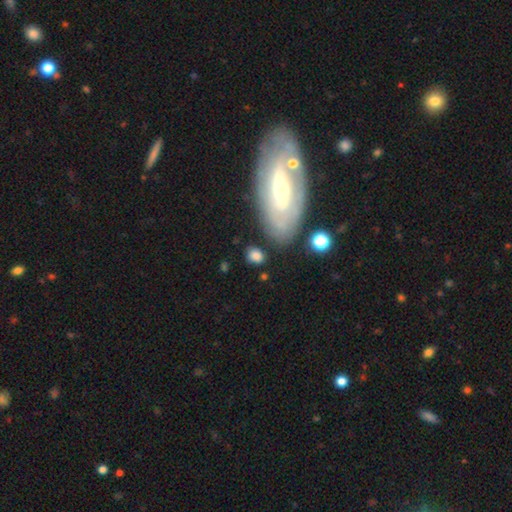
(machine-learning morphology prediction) A smooth galaxy with no disk features (78%) that is in between round and cigar-shaped (66%). Merging: none (70%).